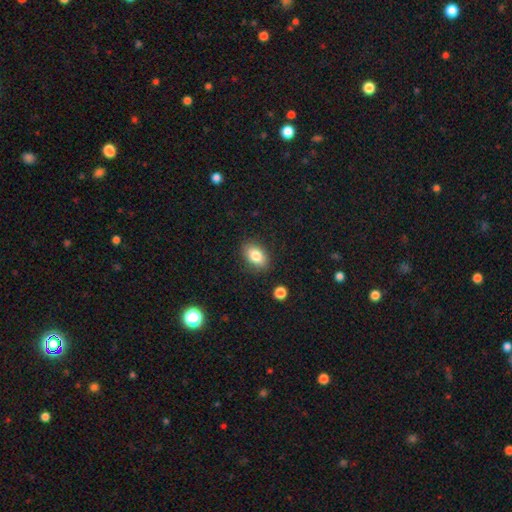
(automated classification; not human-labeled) A smooth galaxy with no disk features (83%) that is in between round and cigar-shaped (87%).

Vote fractions:
- Smooth or featured? smooth: 83% / featured or disk: 9% / star or artifact: 8%
- How rounded? in between: 87% / round: 11% / cigar-shaped: 2%
- Merging? none: 86% / minor disturbance: 10% / major disturbance: 3% / merger: 2%